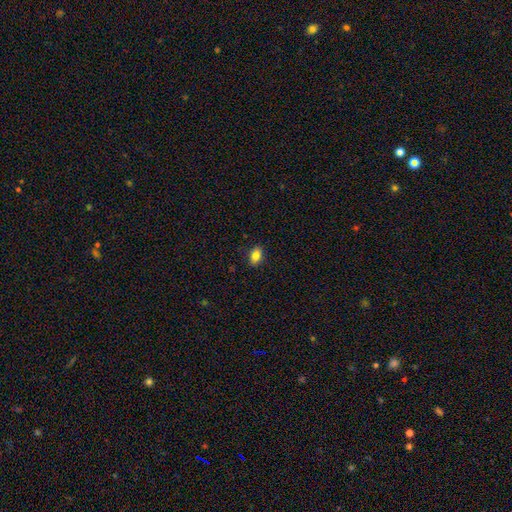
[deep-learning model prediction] smooth-or-featured: smooth: 82% | star or artifact: 9% | featured or disk: 9%
  how-rounded: in between: 81% | round: 17% | cigar-shaped: 2%
  merging: none: 88% | minor disturbance: 9% | major disturbance: 2% | merger: 1%